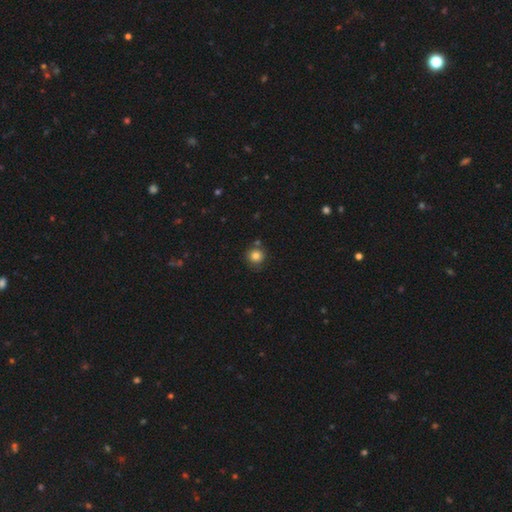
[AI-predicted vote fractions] Smooth or featured?
  - smooth: 83% *
  - star or artifact: 11%
  - featured or disk: 7%
How rounded?
  - round: 92% *
  - in between: 8%
  - cigar-shaped: 1%
Merging?
  - none: 77% *
  - minor disturbance: 13%
  - merger: 7%
  - major disturbance: 3%